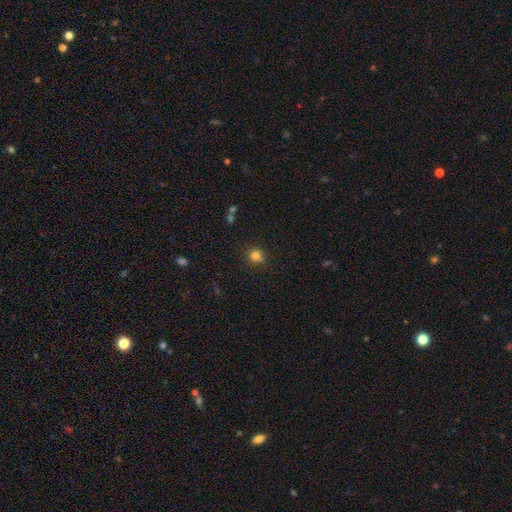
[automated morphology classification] smooth-or-featured: smooth: 82% | star or artifact: 13% | featured or disk: 5%
  how-rounded: round: 87% | in between: 12% | cigar-shaped: 1%
  merging: none: 87% | minor disturbance: 9% | major disturbance: 2% | merger: 2%